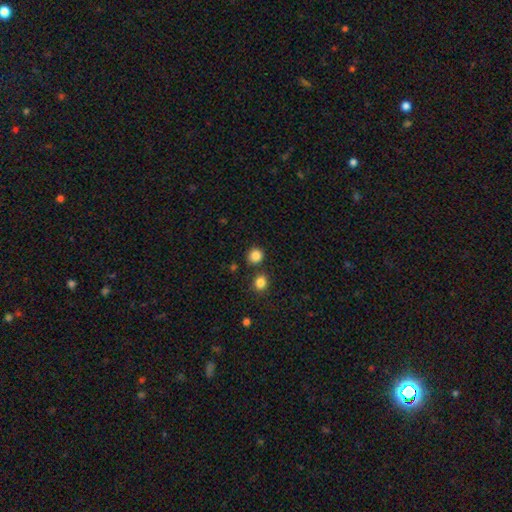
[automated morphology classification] A smooth galaxy with no disk features (86%) that is round (90%).

Vote fractions:
- Smooth or featured? smooth: 86% / star or artifact: 11% / featured or disk: 3%
- How rounded? round: 90% / in between: 9% / cigar-shaped: 1%
- Merging? none: 82% / merger: 8% / minor disturbance: 7% / major disturbance: 3%